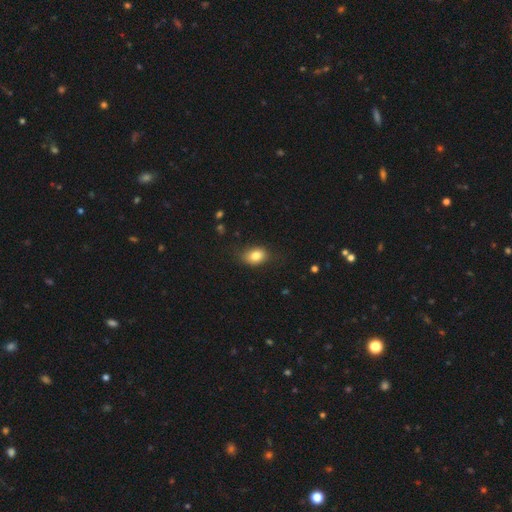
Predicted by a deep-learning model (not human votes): A smooth galaxy with no disk features (82%) that is in between round and cigar-shaped (73%).

Vote fractions:
- Smooth or featured? smooth: 82% / star or artifact: 9% / featured or disk: 9%
- How rounded? in between: 73% / round: 26% / cigar-shaped: 1%
- Merging? none: 73% / minor disturbance: 20% / major disturbance: 6% / merger: 1%